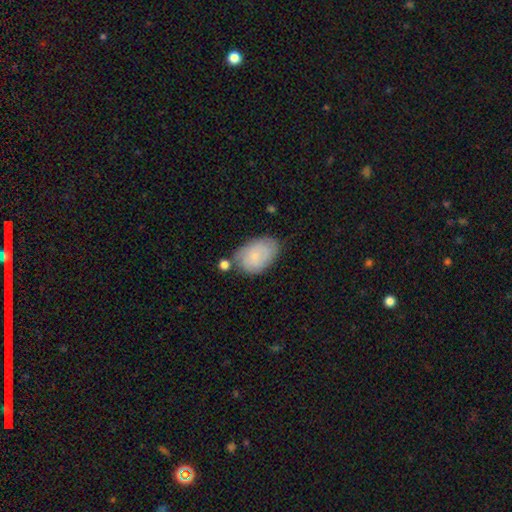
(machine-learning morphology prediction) Smooth or featured? smooth (71%)
How rounded? in between (90%)
Merging? none (59%)